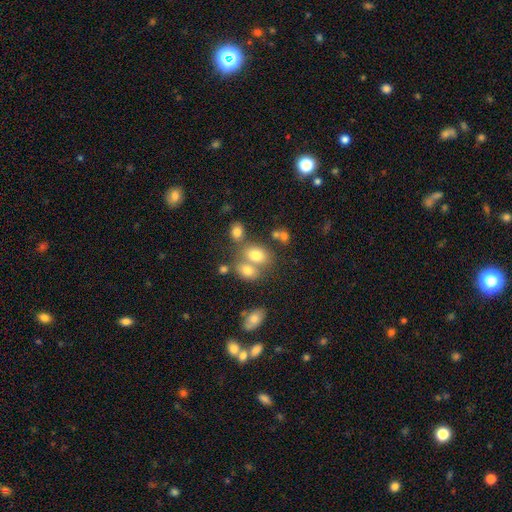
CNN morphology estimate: Smooth or featured: smooth — 74% (featured or disk — 14%)
How rounded: in between — 72% (round — 27%)
Merging: merger — 43% (none — 41%)